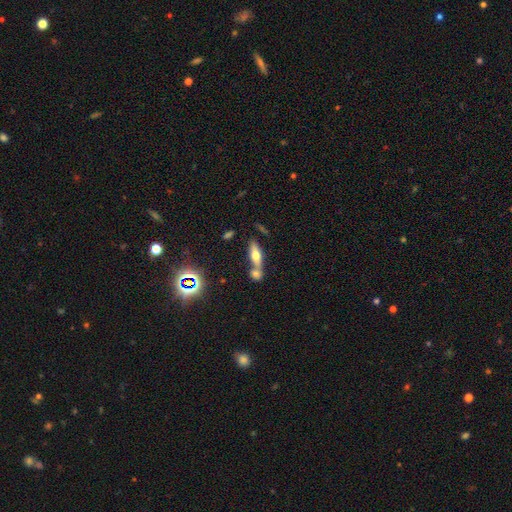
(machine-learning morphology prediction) A smooth galaxy with no disk features (50%) that is in between round and cigar-shaped (49%). Merging: none (45%).